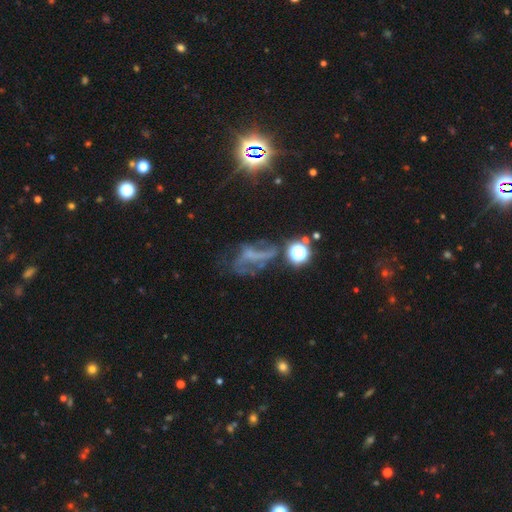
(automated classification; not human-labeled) Overall: featured or disk (46%; star or artifact 34%). Merging: major disturbance (41%; none 33%).